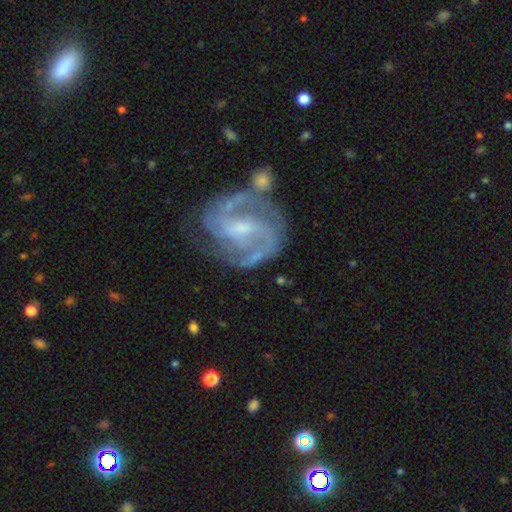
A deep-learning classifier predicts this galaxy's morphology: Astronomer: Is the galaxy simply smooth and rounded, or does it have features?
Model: featured or disk — 89%.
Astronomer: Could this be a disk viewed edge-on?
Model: no — 98%.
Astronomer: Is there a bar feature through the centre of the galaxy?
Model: weak — 54%.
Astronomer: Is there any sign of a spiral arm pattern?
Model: yes — 96%.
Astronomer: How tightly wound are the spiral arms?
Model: medium — 52% (runner-up: tight, 36%).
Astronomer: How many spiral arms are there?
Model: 2 — 71%.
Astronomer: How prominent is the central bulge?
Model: small — 46% (runner-up: moderate, 37%).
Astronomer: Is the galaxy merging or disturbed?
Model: none — 64%.